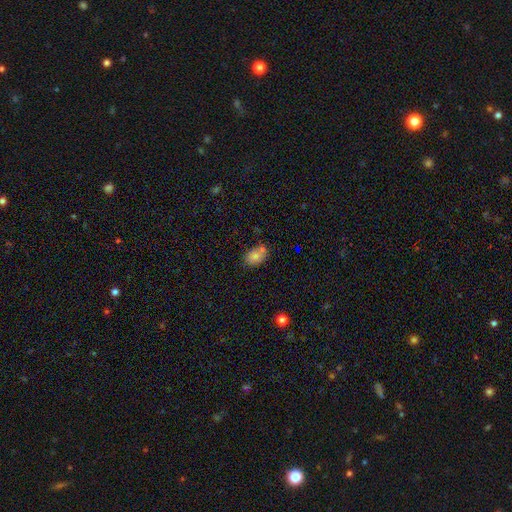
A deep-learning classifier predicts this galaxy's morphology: Q: Smooth or featured?
A: smooth (78%); runner-up: featured or disk (11%)
Q: How rounded?
A: in between (76%); runner-up: round (23%)
Q: Merging?
A: none (53%); runner-up: merger (26%)